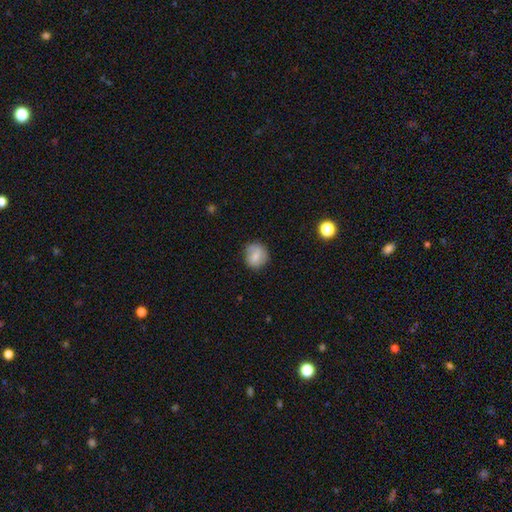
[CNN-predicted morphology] smooth 73%, featured or disk 18%, star or artifact 9%. Down the decision tree: how rounded — round (80%); merging — none (75%).